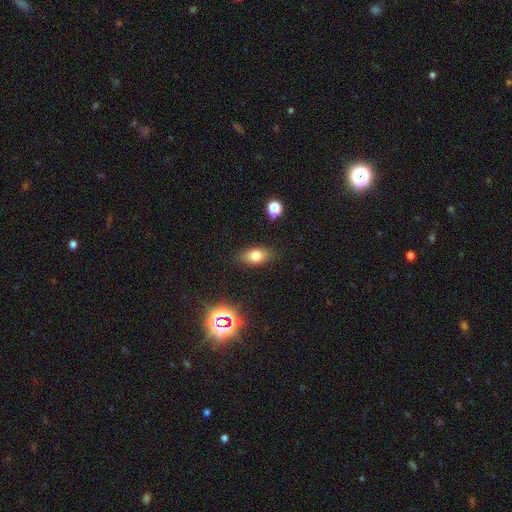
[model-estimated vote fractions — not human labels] Smooth or featured? smooth (75%)
How rounded? in between (86%)
Merging? none (85%)